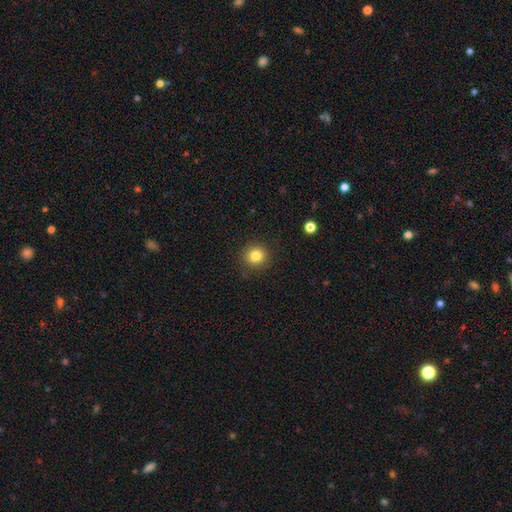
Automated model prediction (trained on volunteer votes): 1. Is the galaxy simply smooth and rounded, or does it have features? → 83% smooth, 11% star or artifact, 6% featured or disk.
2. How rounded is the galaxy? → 91% round, 8% in between, 1% cigar-shaped.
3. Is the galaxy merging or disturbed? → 89% none, 7% minor disturbance, 3% major disturbance, 1% merger.